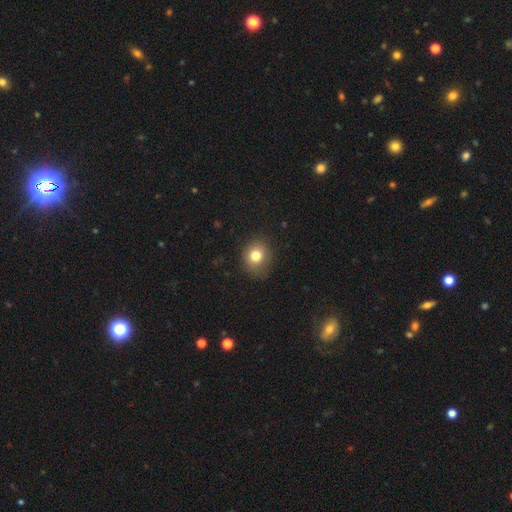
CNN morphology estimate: This appears to be a smooth galaxy with no disk features (78%) that is round (76%). Merging: none (81%).